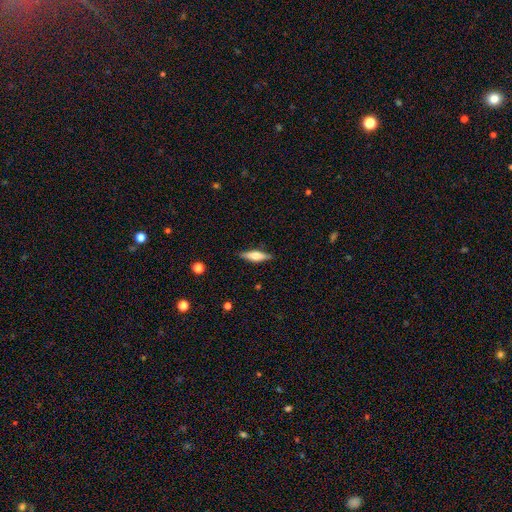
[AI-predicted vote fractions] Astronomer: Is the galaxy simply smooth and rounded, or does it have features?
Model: featured or disk — 48% (runner-up: smooth, 45%).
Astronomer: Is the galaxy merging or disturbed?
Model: none — 87%.